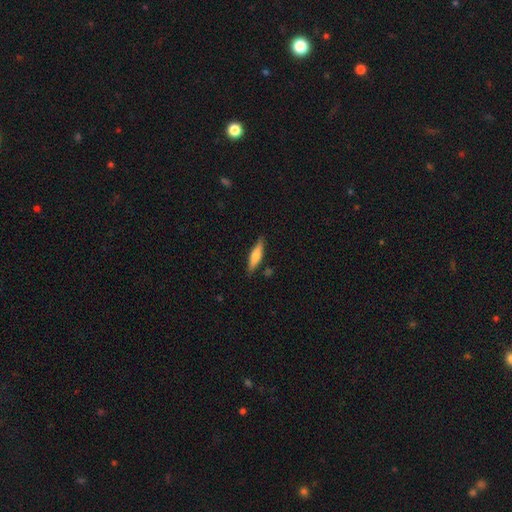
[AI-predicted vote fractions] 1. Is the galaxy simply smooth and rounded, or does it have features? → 64% smooth, 30% featured or disk, 6% star or artifact.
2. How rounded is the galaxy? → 73% cigar-shaped, 25% in between, 2% round.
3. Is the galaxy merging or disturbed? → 84% none, 11% minor disturbance, 2% merger, 2% major disturbance.